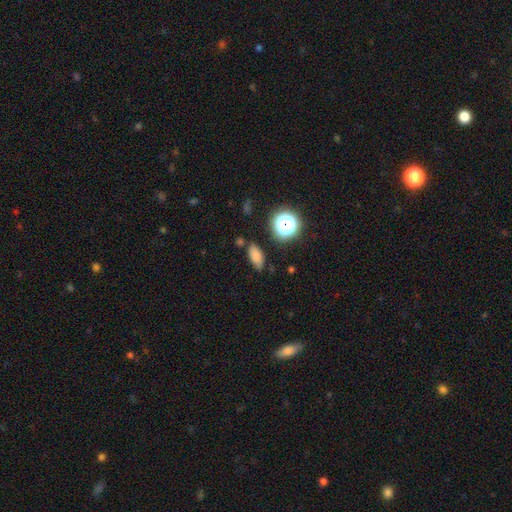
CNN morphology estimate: Smooth or featured?
  - smooth: 78% *
  - star or artifact: 15%
  - featured or disk: 7%
How rounded?
  - in between: 81% *
  - round: 10%
  - cigar-shaped: 9%
Merging?
  - none: 80% *
  - minor disturbance: 13%
  - merger: 3%
  - major disturbance: 3%